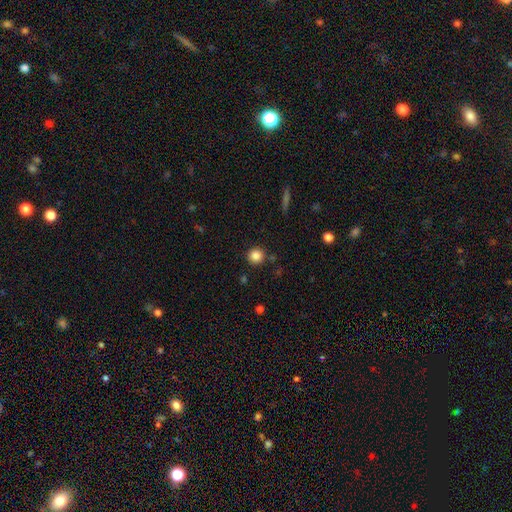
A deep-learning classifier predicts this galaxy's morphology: smooth_or_featured: smooth (p=0.85) [alt: star or artifact p=0.11]
how_rounded: round (p=0.94) [alt: in between p=0.05]
merging: none (p=0.89) [alt: minor disturbance p=0.06]